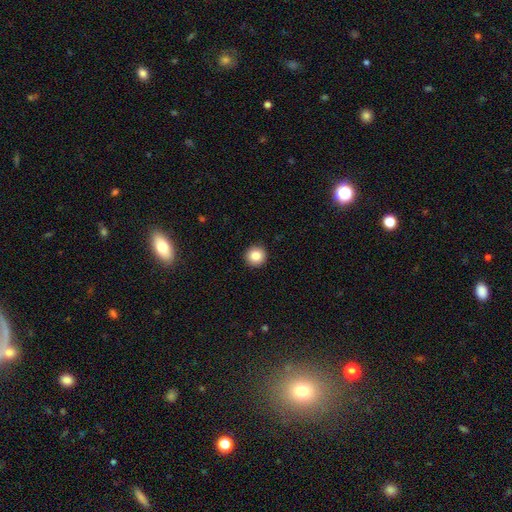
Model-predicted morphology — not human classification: Smooth or featured?
  - smooth: 85% *
  - star or artifact: 9%
  - featured or disk: 6%
How rounded?
  - round: 96% *
  - in between: 3%
  - cigar-shaped: 1%
Merging?
  - none: 93% *
  - minor disturbance: 4%
  - major disturbance: 1%
  - merger: 1%